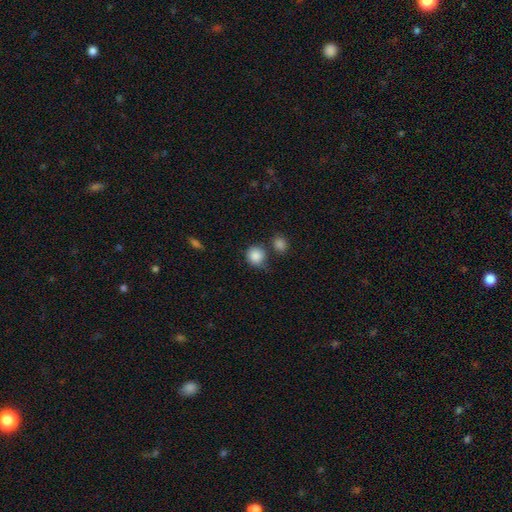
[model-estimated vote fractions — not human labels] A smooth galaxy with no disk features (87%) that is round (87%).

Vote fractions:
- Smooth or featured? smooth: 87% / star or artifact: 8% / featured or disk: 5%
- How rounded? round: 87% / in between: 12% / cigar-shaped: 1%
- Merging? none: 61% / minor disturbance: 18% / merger: 15% / major disturbance: 6%